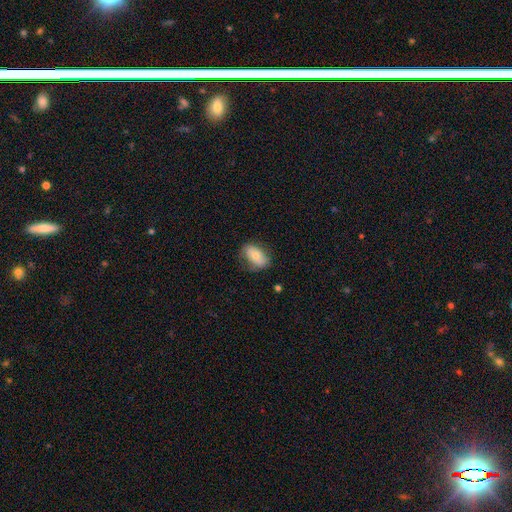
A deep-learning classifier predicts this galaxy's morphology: Smooth or featured: smooth — 72% (featured or disk — 20%)
How rounded: in between — 90% (round — 7%)
Merging: none — 67% (minor disturbance — 24%)